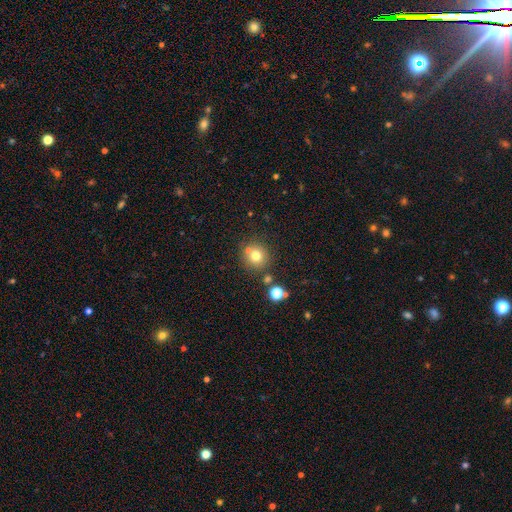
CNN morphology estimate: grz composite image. It shows a smooth galaxy with no disk features (75%) that is round (91%). Merging: none (73%).